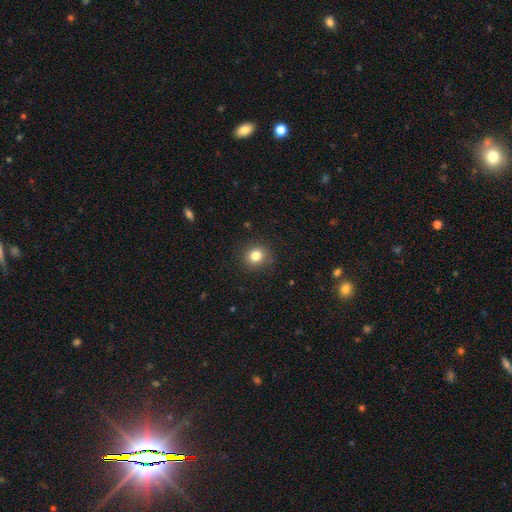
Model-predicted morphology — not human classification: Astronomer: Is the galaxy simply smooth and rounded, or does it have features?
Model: smooth — 82%.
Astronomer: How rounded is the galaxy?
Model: round — 89%.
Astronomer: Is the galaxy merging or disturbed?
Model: none — 90%.